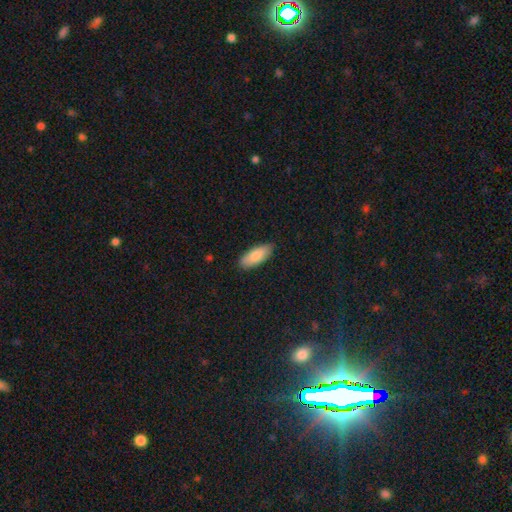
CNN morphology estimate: type=smooth (84%); roundness=in between (77%); merging=none (87%).